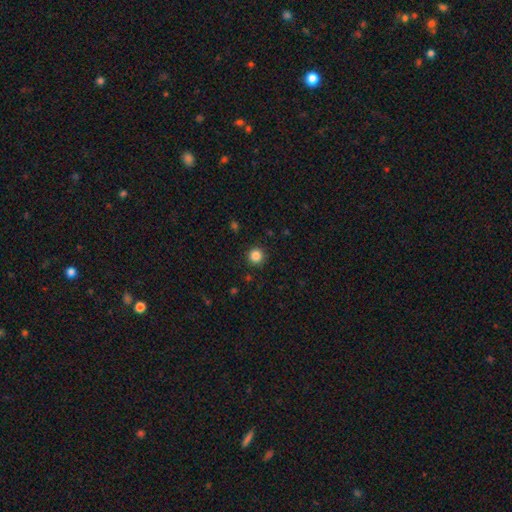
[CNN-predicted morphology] type=smooth (85%); roundness=round (95%); merging=none (92%).